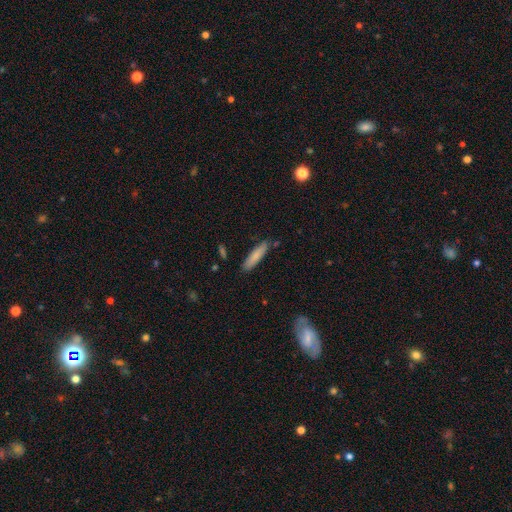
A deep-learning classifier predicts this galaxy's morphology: Overall: smooth (79%). How rounded: cigar-shaped (79%). Merging: none (83%).